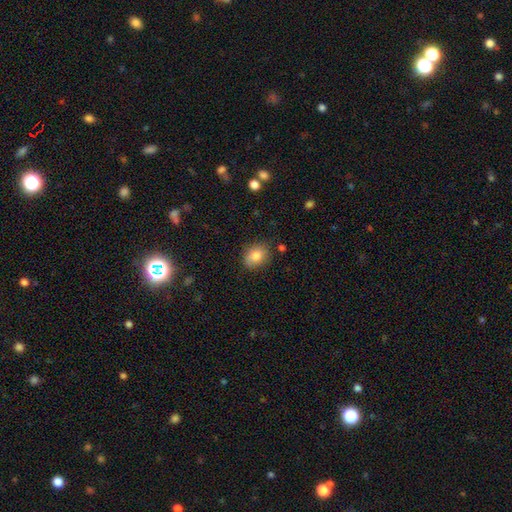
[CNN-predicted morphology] Smooth or featured? smooth (83%)
How rounded? in between (62%)
Merging? none (77%)